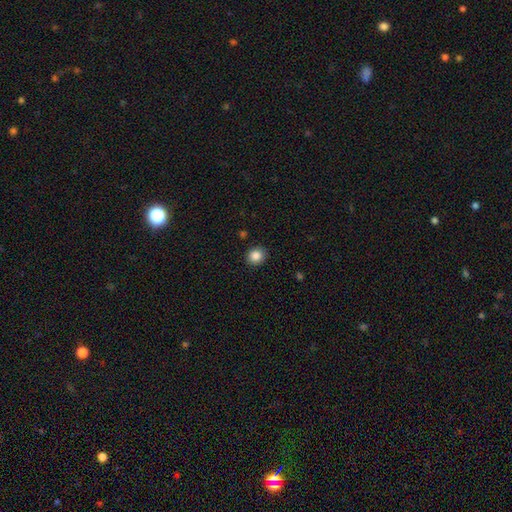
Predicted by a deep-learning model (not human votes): The model was most divided on "how rounded": round: 80%, in between: 19%, cigar-shaped: 1%. More confident: merging — none (90%); smooth or featured — smooth (86%).